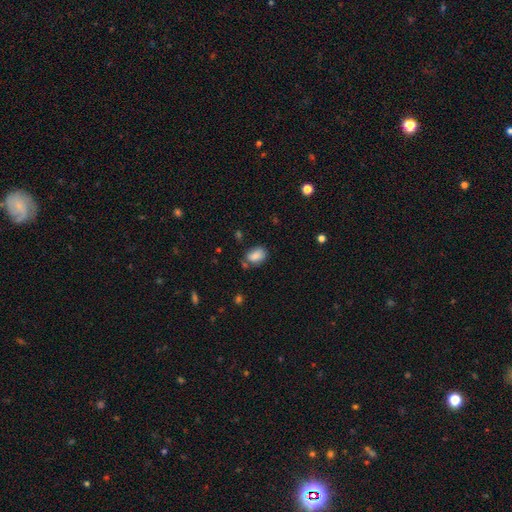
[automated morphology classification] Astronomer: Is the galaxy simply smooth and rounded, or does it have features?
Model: smooth — 85%.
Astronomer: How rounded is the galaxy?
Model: in between — 81%.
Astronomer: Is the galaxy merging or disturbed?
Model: none — 65%.